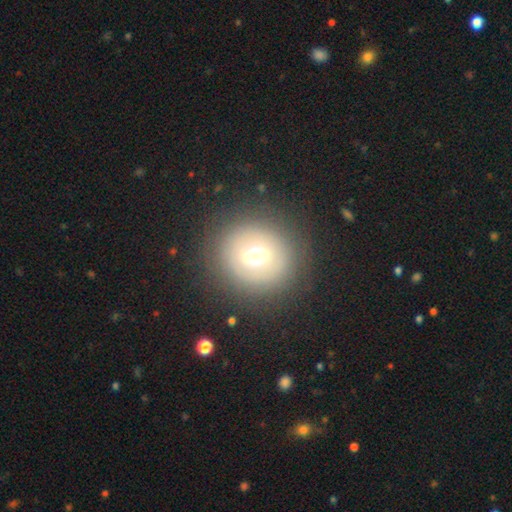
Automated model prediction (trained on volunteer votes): smooth-or-featured: smooth: 52% | featured or disk: 36% | star or artifact: 13%
  how-rounded: round: 85% | in between: 14% | cigar-shaped: 1%
  merging: none: 84% | minor disturbance: 10% | major disturbance: 5% | merger: 1%